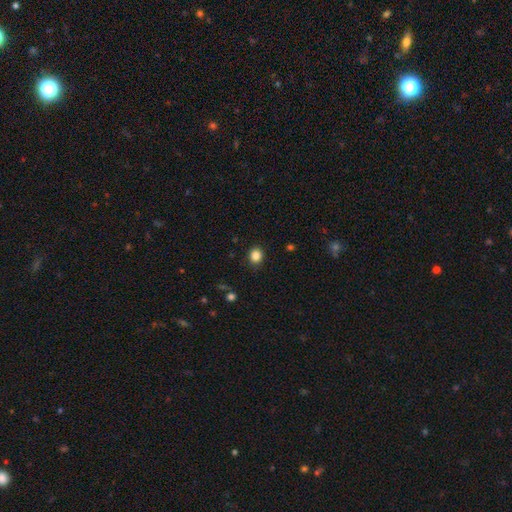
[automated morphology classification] smooth_or_featured: smooth (p=0.85) [alt: star or artifact p=0.11]
how_rounded: round (p=0.70) [alt: in between p=0.29]
merging: none (p=0.88) [alt: minor disturbance p=0.08]